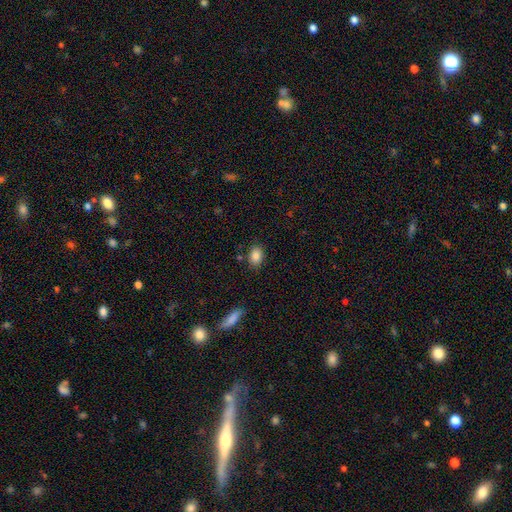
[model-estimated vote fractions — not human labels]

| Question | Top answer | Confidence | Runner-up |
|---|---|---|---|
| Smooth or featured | smooth | 86% | star or artifact (8%) |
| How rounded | in between | 82% | round (17%) |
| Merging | none | 82% | minor disturbance (12%) |